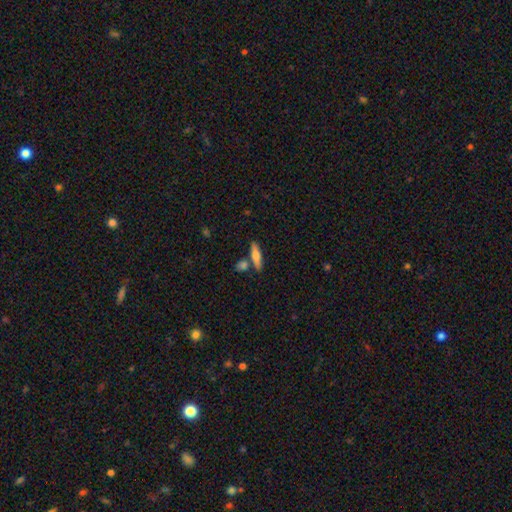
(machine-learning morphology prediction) Smooth or featured?
  - smooth: 63% *
  - featured or disk: 31%
  - star or artifact: 7%
How rounded?
  - cigar-shaped: 71% *
  - in between: 26%
  - round: 3%
Merging?
  - none: 73% *
  - merger: 14%
  - minor disturbance: 10%
  - major disturbance: 3%